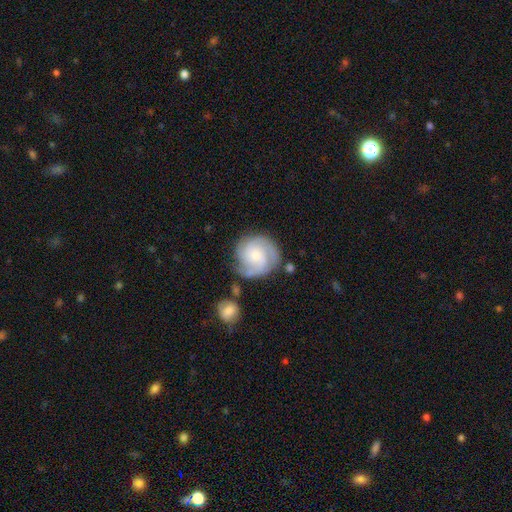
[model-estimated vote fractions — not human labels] smooth-or-featured: featured or disk: 76% | smooth: 18% | star or artifact: 6%
  disk-edge-on: no: 98% | yes: 2%
    bar: no: 72% | weak: 24% | strong: 3%
    has-spiral-arms: yes: 96% | no: 4%
      spiral-winding: tight: 61% | medium: 33% | loose: 7%
      spiral-arm-count: 3: 46% | 2: 17% | can't tell: 16% | 4: 11% | 1: 5% | more than 4: 5%
    bulge-size: small: 51% | moderate: 36% | large: 6% | none: 5% | dominant: 2%
  merging: none: 71% | minor disturbance: 17% | major disturbance: 7% | merger: 5%